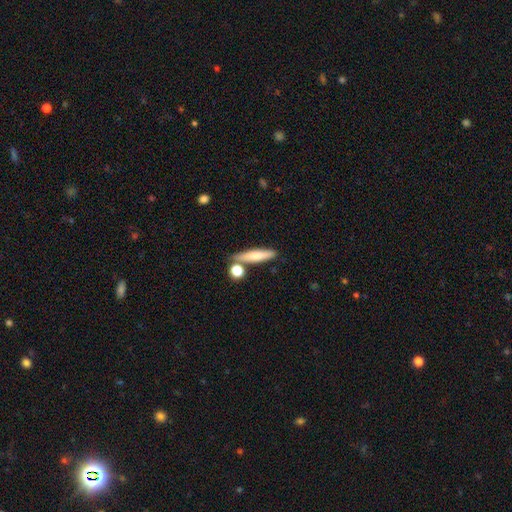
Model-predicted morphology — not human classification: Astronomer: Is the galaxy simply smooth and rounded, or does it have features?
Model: smooth — 71%.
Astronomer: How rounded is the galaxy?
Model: cigar-shaped — 79%.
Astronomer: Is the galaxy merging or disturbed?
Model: none — 73%.